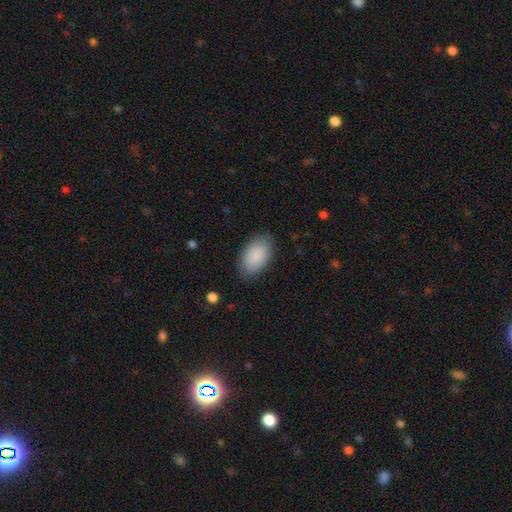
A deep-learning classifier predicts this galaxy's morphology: type=smooth (90%); roundness=in between (94%); merging=none (84%).